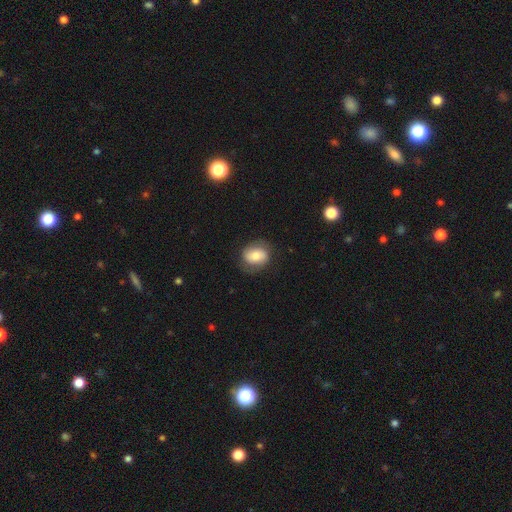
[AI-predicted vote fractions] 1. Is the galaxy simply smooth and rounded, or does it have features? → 64% smooth, 29% featured or disk, 8% star or artifact.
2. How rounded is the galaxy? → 52% round, 47% in between, 1% cigar-shaped.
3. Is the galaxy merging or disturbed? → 76% none, 17% minor disturbance, 6% major disturbance, 1% merger.